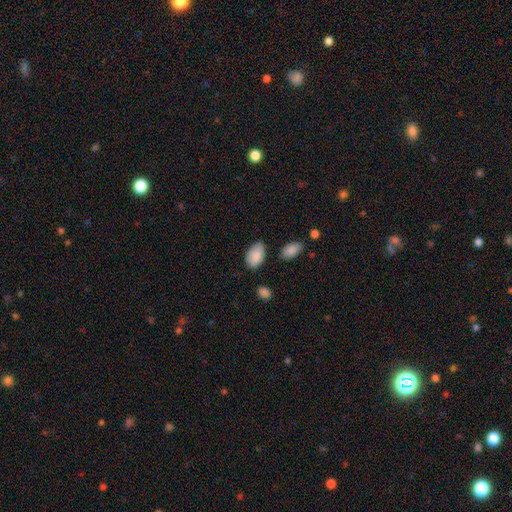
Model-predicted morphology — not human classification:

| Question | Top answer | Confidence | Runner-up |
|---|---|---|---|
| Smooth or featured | smooth | 88% | star or artifact (7%) |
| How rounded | in between | 93% | round (5%) |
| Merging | none | 69% | minor disturbance (22%) |